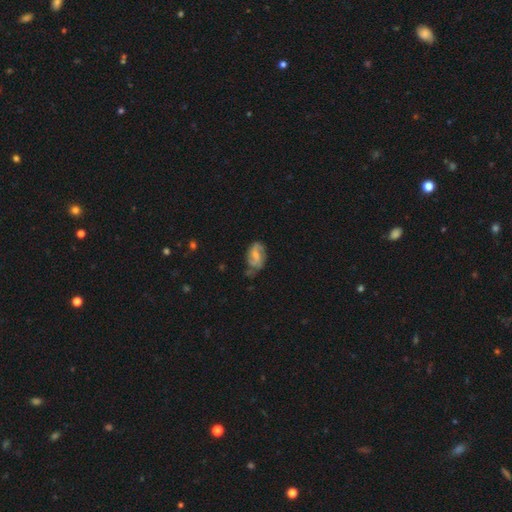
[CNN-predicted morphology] Smooth or featured? Predicted: featured or disk (p=0.70). Edge-on disk? Predicted: no (p=0.97). Bar? Predicted: weak (p=0.52). Spiral arms? Predicted: yes (p=0.90). Spiral winding? Predicted: medium (p=0.45). Spiral arm count? Predicted: 2 (p=0.77). Bulge size? Predicted: small (p=0.45). Merging? Predicted: none (p=0.54).